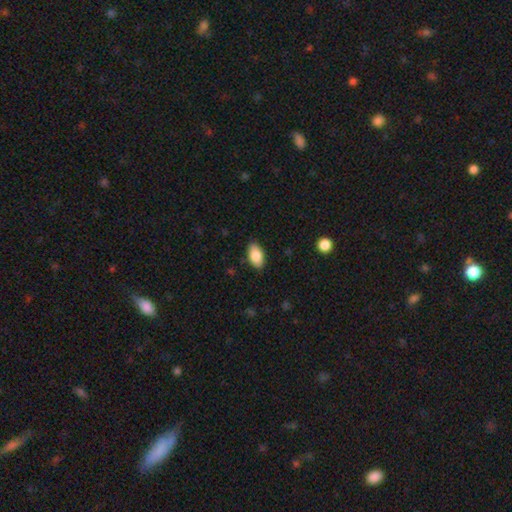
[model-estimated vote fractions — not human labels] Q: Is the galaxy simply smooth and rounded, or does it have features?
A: smooth — 84%.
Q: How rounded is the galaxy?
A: in between — 93%.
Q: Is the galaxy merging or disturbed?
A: none — 87%.